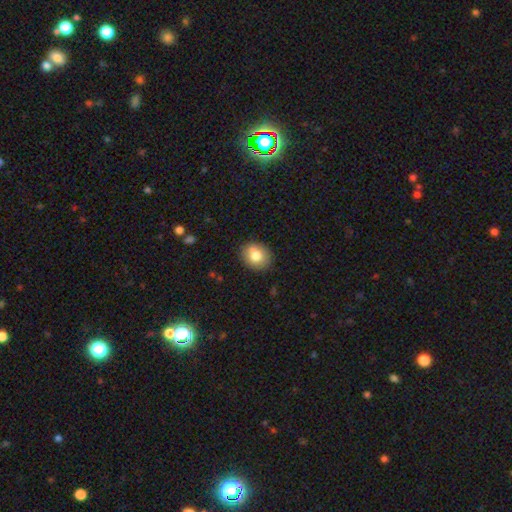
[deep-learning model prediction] smooth 76%, featured or disk 15%, star or artifact 9%. Down the decision tree: how rounded — round (59%); merging — none (76%).